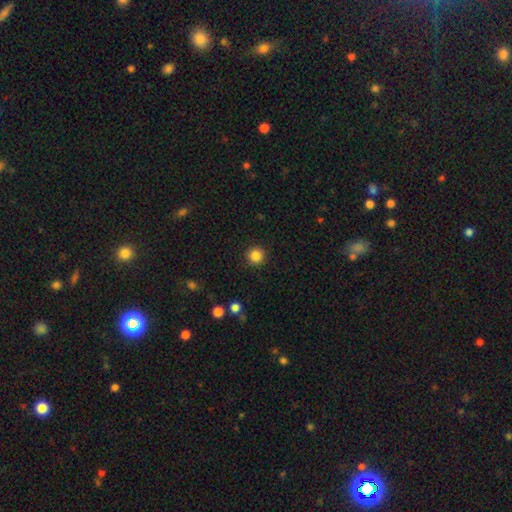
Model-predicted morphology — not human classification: This appears to be a smooth galaxy with no disk features (85%) that is round (95%). Merging: none (92%).